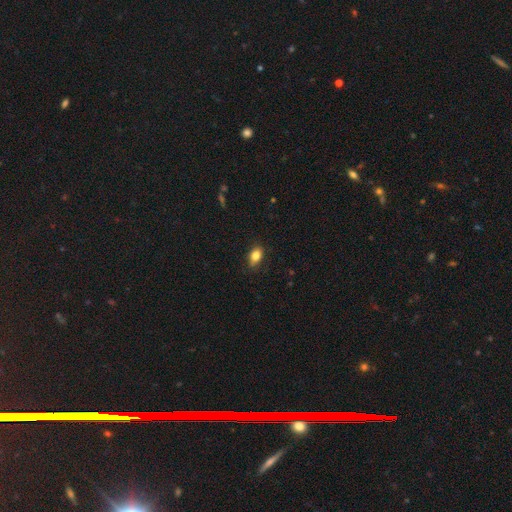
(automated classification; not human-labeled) A smooth galaxy with no disk features (83%) that is in between round and cigar-shaped (81%).

Vote fractions:
- Smooth or featured? smooth: 83% / star or artifact: 9% / featured or disk: 9%
- How rounded? in between: 81% / round: 15% / cigar-shaped: 3%
- Merging? none: 80% / minor disturbance: 16% / major disturbance: 3% / merger: 1%